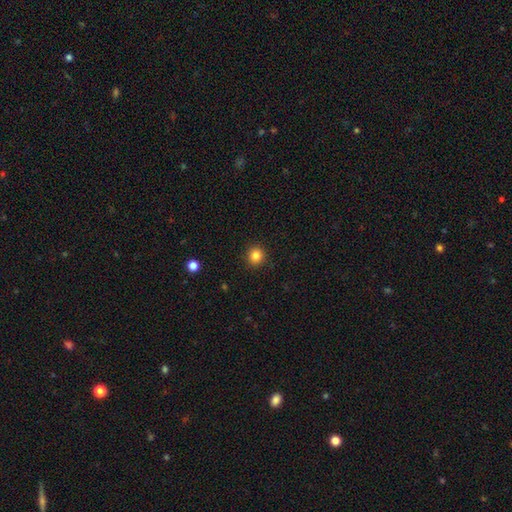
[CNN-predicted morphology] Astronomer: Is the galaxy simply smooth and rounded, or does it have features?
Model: smooth — 84%.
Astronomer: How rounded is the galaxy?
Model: round — 92%.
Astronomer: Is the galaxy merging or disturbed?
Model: none — 92%.